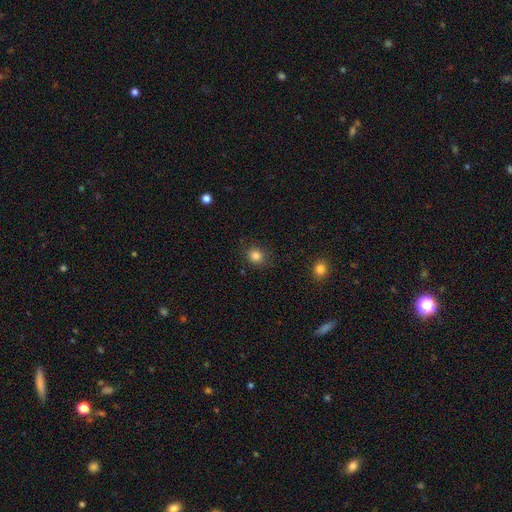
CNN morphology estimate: Q: Smooth or featured?
A: smooth (83%); runner-up: star or artifact (12%)
Q: How rounded?
A: round (80%); runner-up: in between (19%)
Q: Merging?
A: none (86%); runner-up: minor disturbance (10%)